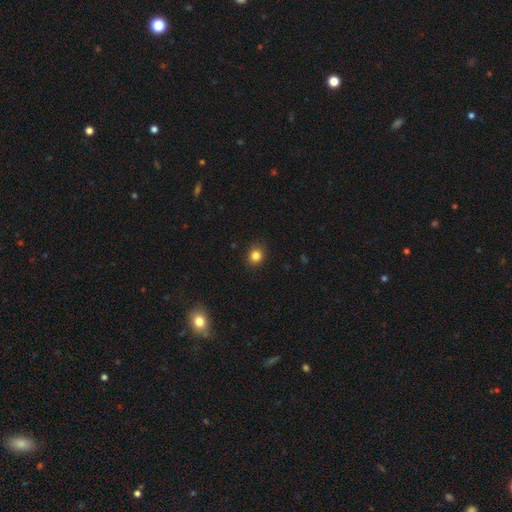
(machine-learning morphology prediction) Smooth or featured?
  - smooth: 83% *
  - star or artifact: 12%
  - featured or disk: 5%
How rounded?
  - round: 80% *
  - in between: 19%
  - cigar-shaped: 1%
Merging?
  - none: 88% *
  - minor disturbance: 9%
  - major disturbance: 2%
  - merger: 1%